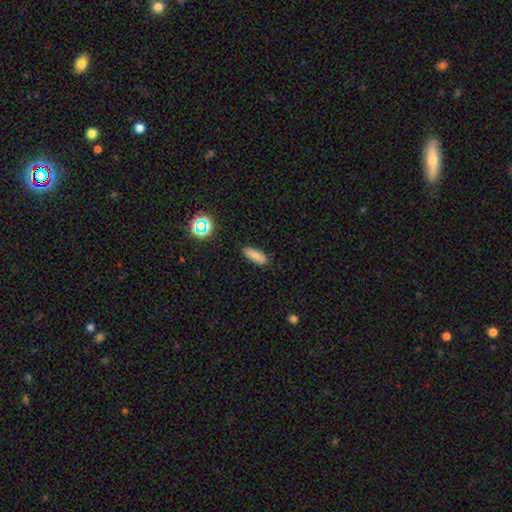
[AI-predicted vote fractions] A smooth galaxy with no disk features (80%) that is in between round and cigar-shaped (63%).

Vote fractions:
- Smooth or featured? smooth: 80% / star or artifact: 11% / featured or disk: 10%
- How rounded? in between: 63% / cigar-shaped: 34% / round: 3%
- Merging? none: 87% / minor disturbance: 9% / major disturbance: 2% / merger: 1%